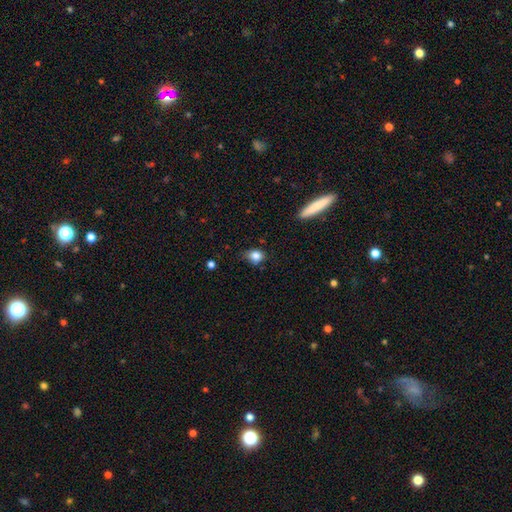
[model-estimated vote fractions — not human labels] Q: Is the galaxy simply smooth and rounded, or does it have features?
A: smooth — 83%.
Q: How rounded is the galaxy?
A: round — 56%.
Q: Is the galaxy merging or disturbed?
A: none — 62%.